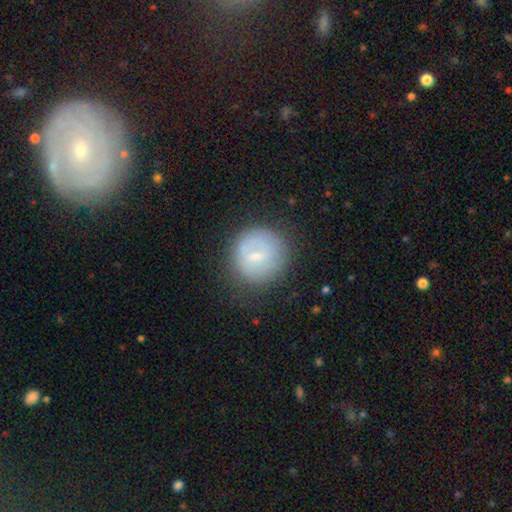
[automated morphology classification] A smooth galaxy with no disk features (54%) that is round (90%).

Vote fractions:
- Smooth or featured? smooth: 54% / featured or disk: 38% / star or artifact: 9%
- How rounded? round: 90% / in between: 9% / cigar-shaped: 1%
- Merging? none: 75% / minor disturbance: 16% / major disturbance: 7% / merger: 2%